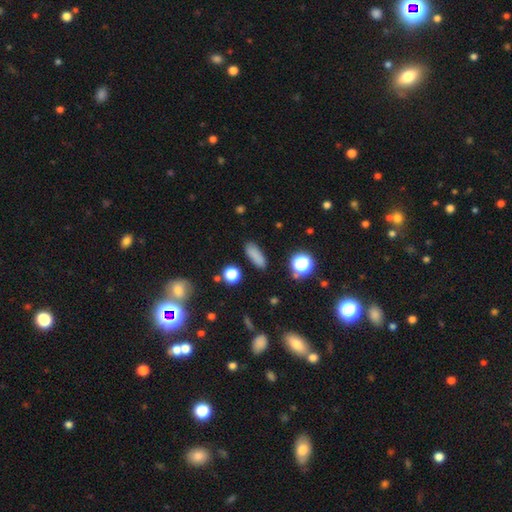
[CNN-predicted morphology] This appears to be a smooth galaxy with no disk features (82%) that is in between round and cigar-shaped (56%). Merging: none (85%).